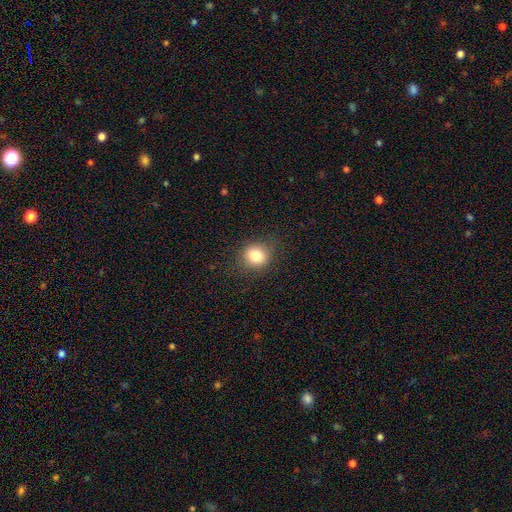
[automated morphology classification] Smooth or featured? smooth (82%)
How rounded? round (81%)
Merging? none (84%)